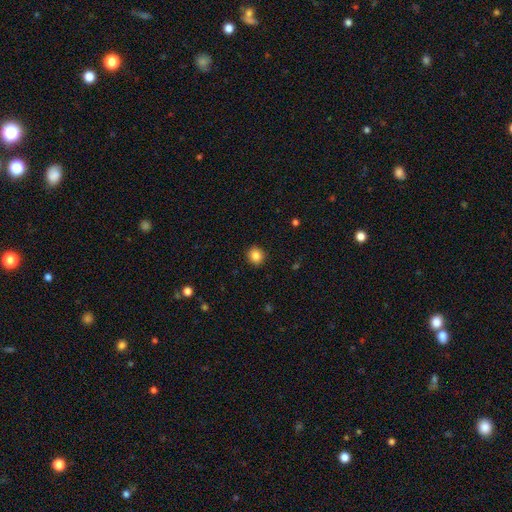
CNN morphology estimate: The model was most divided on "smooth or featured": smooth: 85%, star or artifact: 10%, featured or disk: 4%. More confident: merging — none (92%); how rounded — round (89%).